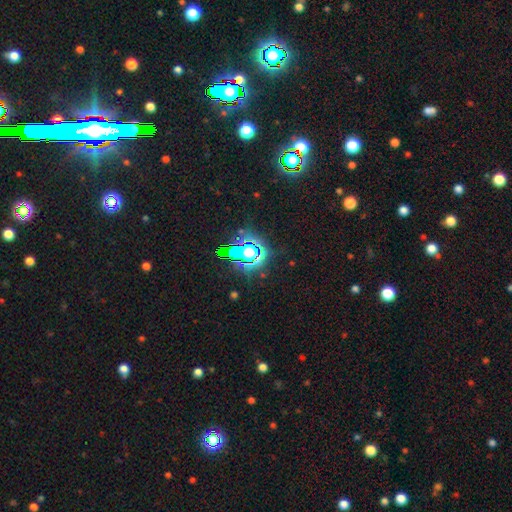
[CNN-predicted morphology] Smooth or featured? Predicted: star or artifact (p=0.63).